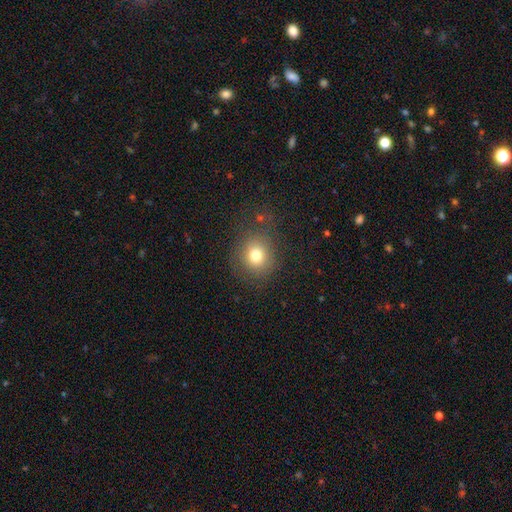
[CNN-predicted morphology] smooth_or_featured: smooth (p=0.77) [alt: star or artifact p=0.14]
how_rounded: round (p=0.82) [alt: in between p=0.17]
merging: none (p=0.80) [alt: minor disturbance p=0.12]